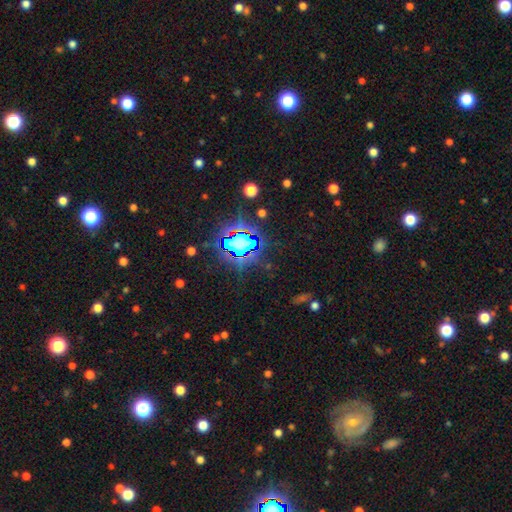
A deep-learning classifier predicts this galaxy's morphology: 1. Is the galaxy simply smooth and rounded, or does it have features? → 80% star or artifact, 11% smooth, 9% featured or disk.